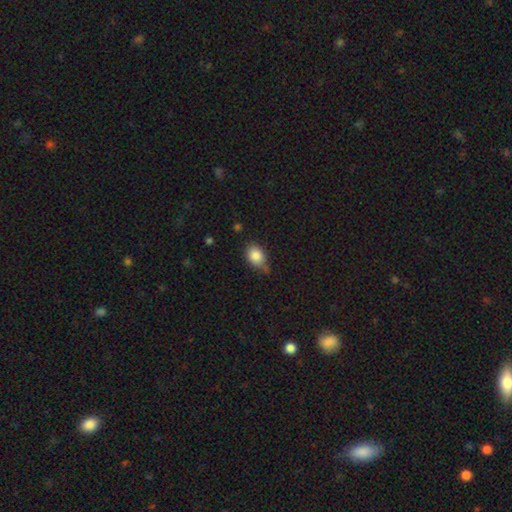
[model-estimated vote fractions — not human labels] Smooth or featured? Predicted: smooth (p=0.85). How rounded? Predicted: in between (p=0.64). Merging? Predicted: none (p=0.55).